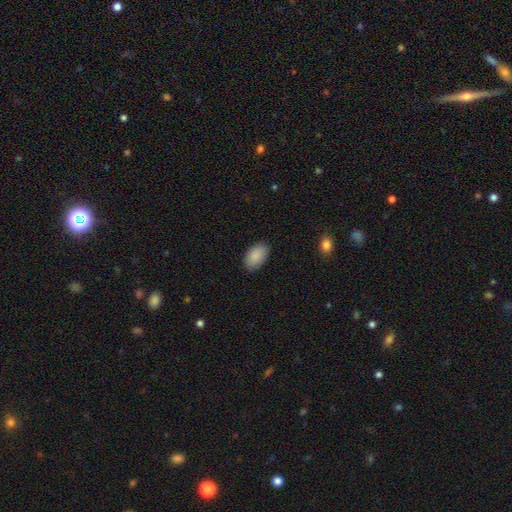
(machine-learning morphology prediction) This appears to be a smooth galaxy with no disk features (90%) that is in between round and cigar-shaped (93%). Merging: none (87%).